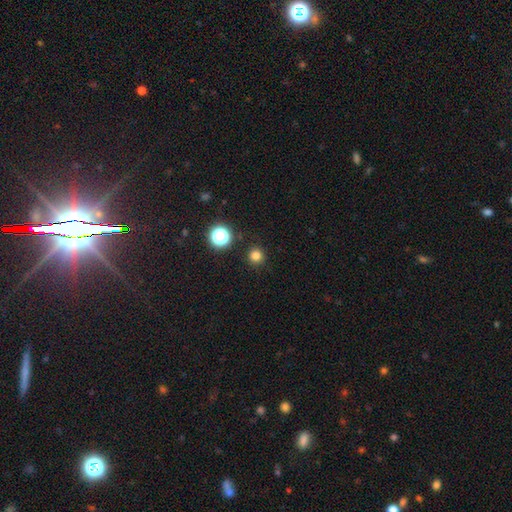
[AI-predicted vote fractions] A smooth galaxy with no disk features (80%) that is round (95%).

Vote fractions:
- Smooth or featured? smooth: 80% / star or artifact: 16% / featured or disk: 4%
- How rounded? round: 95% / in between: 4% / cigar-shaped: 1%
- Merging? none: 92% / minor disturbance: 5% / major disturbance: 2% / merger: 1%